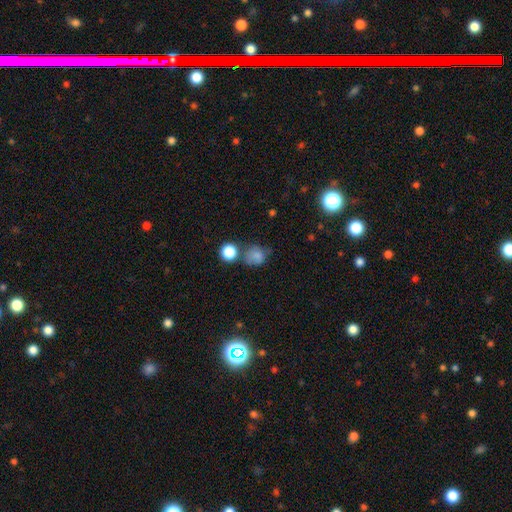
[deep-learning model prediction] smooth 78%, star or artifact 13%, featured or disk 9%. Down the decision tree: how rounded — round (71%); merging — none (51%).